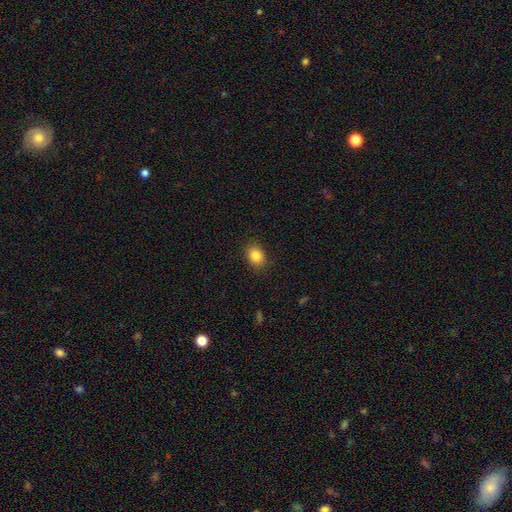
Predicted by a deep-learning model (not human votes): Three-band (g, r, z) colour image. It shows a smooth galaxy with no disk features (85%) that is in between round and cigar-shaped (57%). Merging: none (87%).